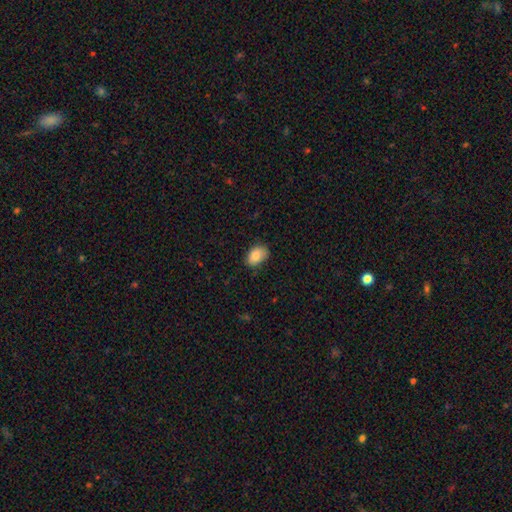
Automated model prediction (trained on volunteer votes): The model was most divided on "merging": none: 73%, minor disturbance: 22%, major disturbance: 4%, merger: 1%. More confident: smooth or featured — smooth (87%); how rounded — in between (84%).